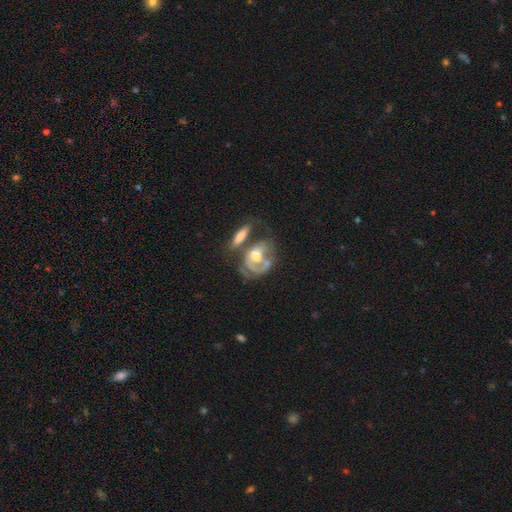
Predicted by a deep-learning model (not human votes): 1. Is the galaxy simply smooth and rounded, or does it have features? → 63% featured or disk, 29% smooth, 7% star or artifact.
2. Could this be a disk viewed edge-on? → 93% no, 7% yes.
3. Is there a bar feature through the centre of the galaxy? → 75% no, 19% weak, 6% strong.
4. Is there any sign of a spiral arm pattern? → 60% yes, 40% no.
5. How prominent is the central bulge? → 54% moderate, 23% large, 15% small, 6% none, 3% dominant.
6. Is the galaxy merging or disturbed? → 38% merger, 27% none, 21% major disturbance, 15% minor disturbance.